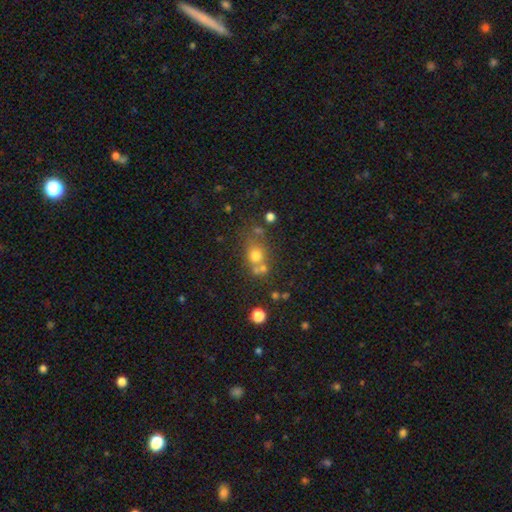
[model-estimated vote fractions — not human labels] A smooth galaxy with no disk features (67%) that is round (73%). Merging: none (53%).